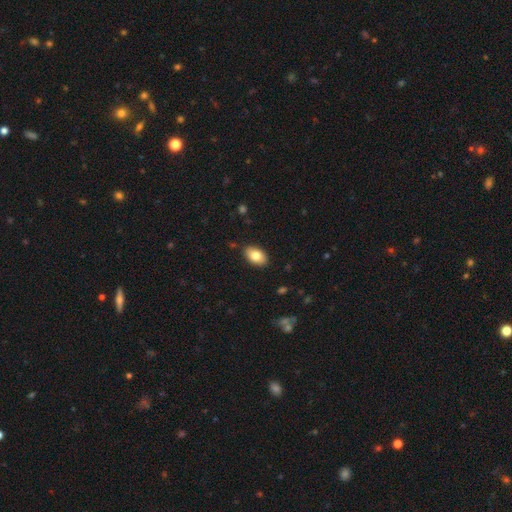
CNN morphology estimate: smooth-or-featured: smooth: 81% | featured or disk: 12% | star or artifact: 7%
  how-rounded: in between: 91% | round: 7% | cigar-shaped: 1%
  merging: none: 87% | minor disturbance: 10% | major disturbance: 2% | merger: 1%